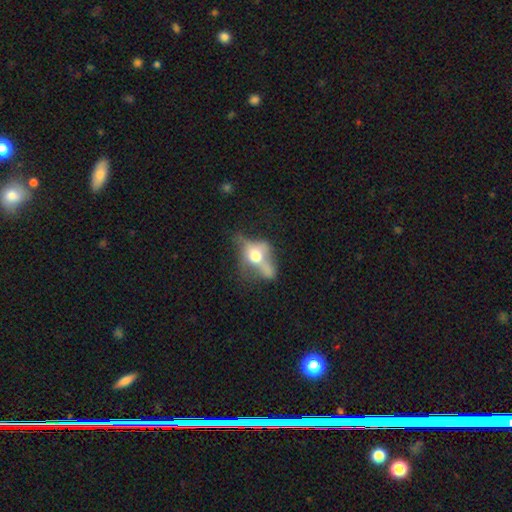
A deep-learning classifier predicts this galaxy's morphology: Smooth or featured: featured or disk — 44% (tied with smooth — 44%)
Merging: major disturbance — 32% (none — 27%)